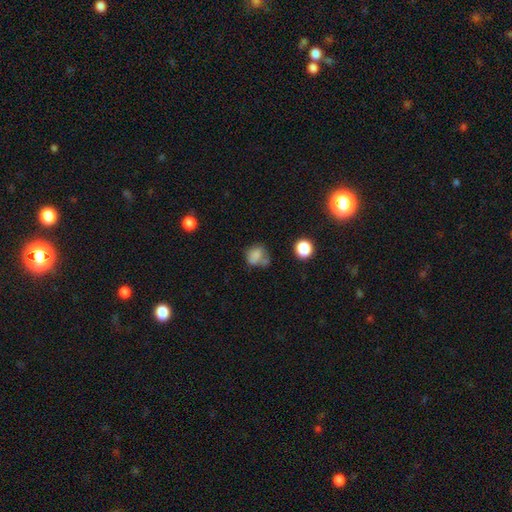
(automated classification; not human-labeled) This is likely a smooth galaxy (74%). How rounded: possibly round (59%). Merging: marginally none (41%).